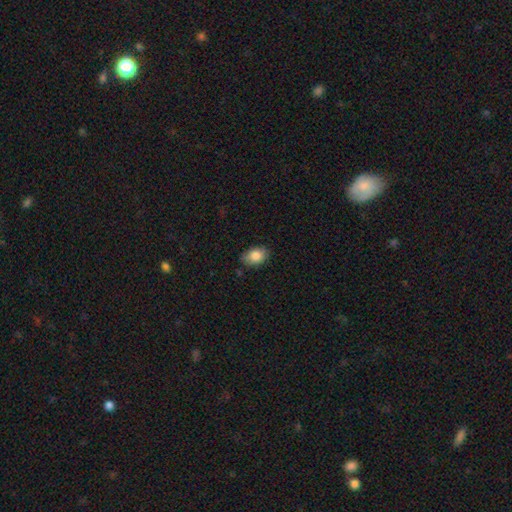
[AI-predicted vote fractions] smooth 84%, featured or disk 9%, star or artifact 7%. Down the decision tree: how rounded — in between (84%); merging — none (80%).